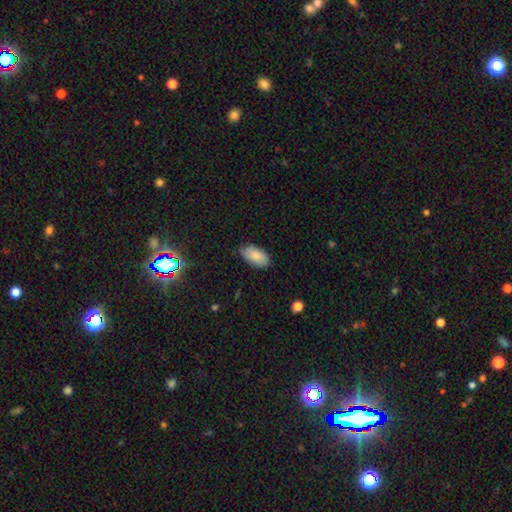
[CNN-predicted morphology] A smooth galaxy with no disk features (81%) that is in between round and cigar-shaped (94%). Merging: none (72%).